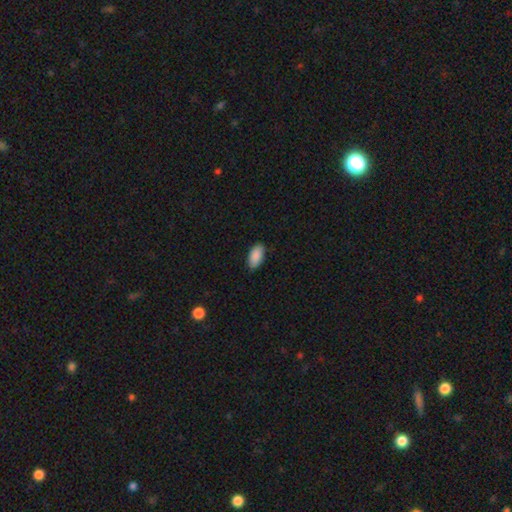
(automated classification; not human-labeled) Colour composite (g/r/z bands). It shows a smooth galaxy with no disk features (90%) that is in between round and cigar-shaped (94%). Merging: none (84%).